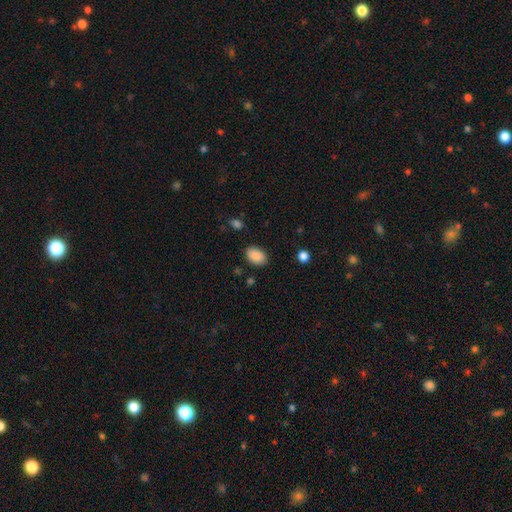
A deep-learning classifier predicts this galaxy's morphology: The model was most divided on "how rounded": in between: 85%, round: 14%, cigar-shaped: 1%. More confident: smooth or featured — smooth (89%); merging — none (85%).